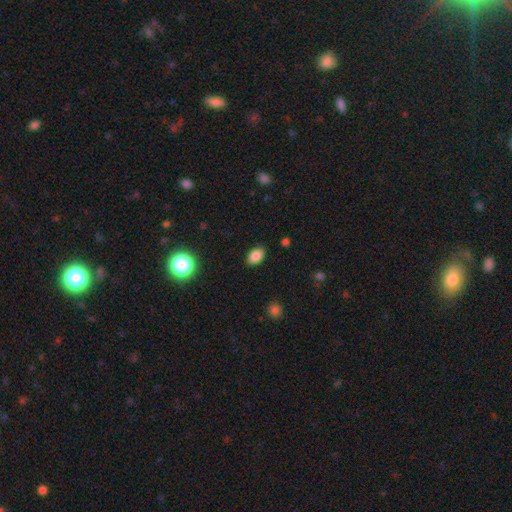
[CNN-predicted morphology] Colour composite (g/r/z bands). It shows a smooth galaxy with no disk features (84%) that is in between round and cigar-shaped (86%). Merging: none (86%).